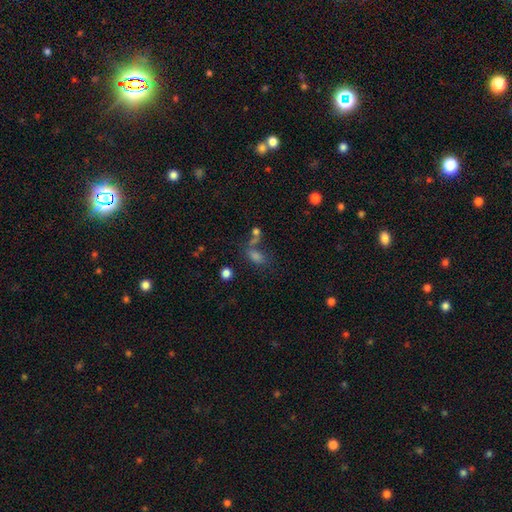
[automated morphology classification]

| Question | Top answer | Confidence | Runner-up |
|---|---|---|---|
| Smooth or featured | smooth | 63% | star or artifact (25%) |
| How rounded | in between | 78% | round (14%) |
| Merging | none | 49% | merger (24%) |